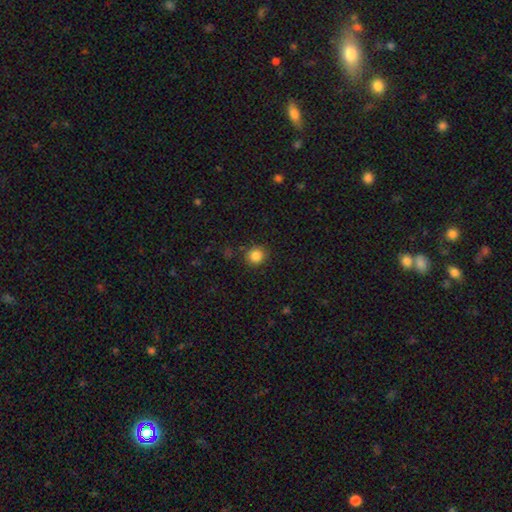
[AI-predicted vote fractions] Smooth or featured: smooth — 85% (star or artifact — 11%)
How rounded: round — 89% (in between — 10%)
Merging: none — 86% (minor disturbance — 9%)